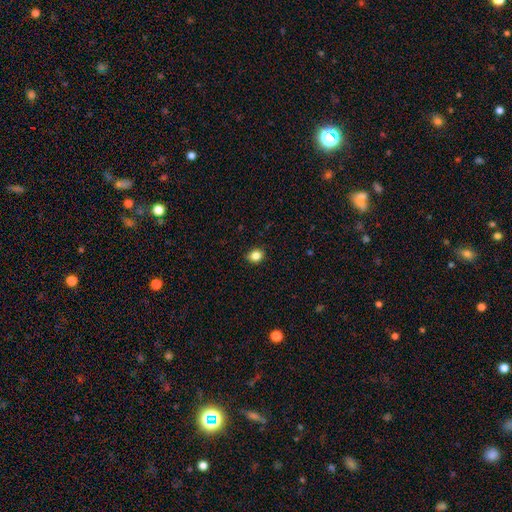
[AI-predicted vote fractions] This appears to be a smooth galaxy with no disk features (84%) that is round (52%). Merging: none (88%).